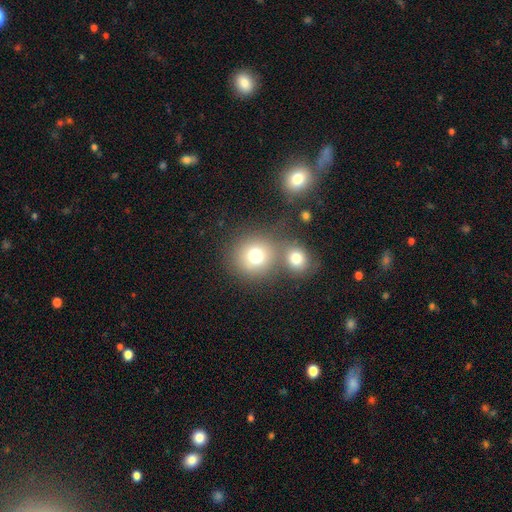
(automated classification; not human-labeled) This is likely a smooth galaxy (75%). How rounded: clearly round (89%). Merging: possibly none (53%).